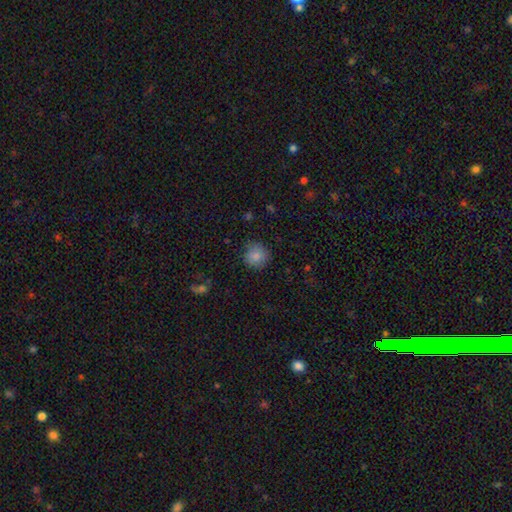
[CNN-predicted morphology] Smooth or featured?
  - smooth: 84% *
  - star or artifact: 9%
  - featured or disk: 7%
How rounded?
  - round: 92% *
  - in between: 7%
  - cigar-shaped: 1%
Merging?
  - none: 82% *
  - minor disturbance: 14%
  - major disturbance: 3%
  - merger: 1%